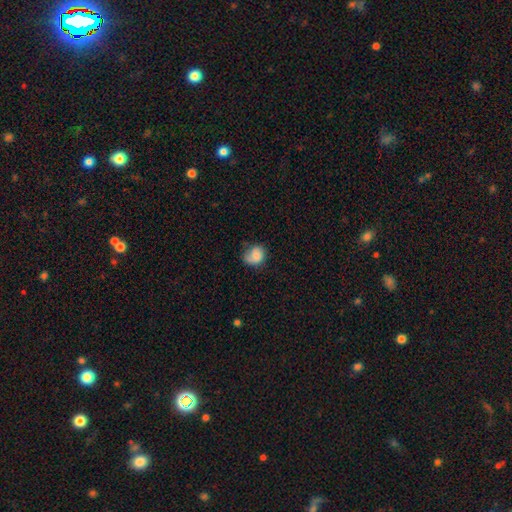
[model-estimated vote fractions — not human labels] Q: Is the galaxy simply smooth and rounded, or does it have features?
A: smooth — 75%.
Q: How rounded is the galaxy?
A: round — 58%.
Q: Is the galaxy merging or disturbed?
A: none — 50%.